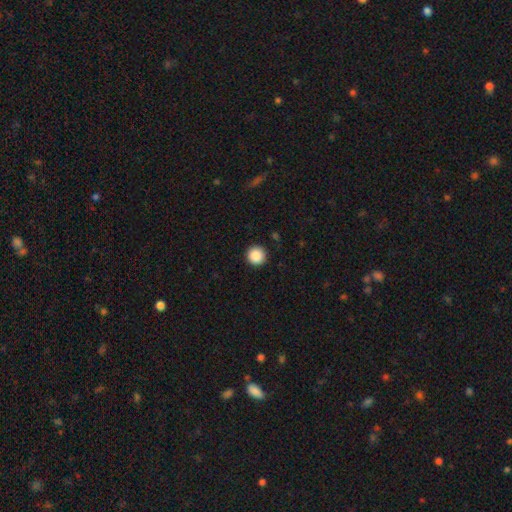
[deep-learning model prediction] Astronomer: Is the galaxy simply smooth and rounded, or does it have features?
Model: smooth — 88%.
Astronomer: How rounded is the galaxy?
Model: round — 96%.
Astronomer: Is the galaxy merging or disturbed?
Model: none — 92%.